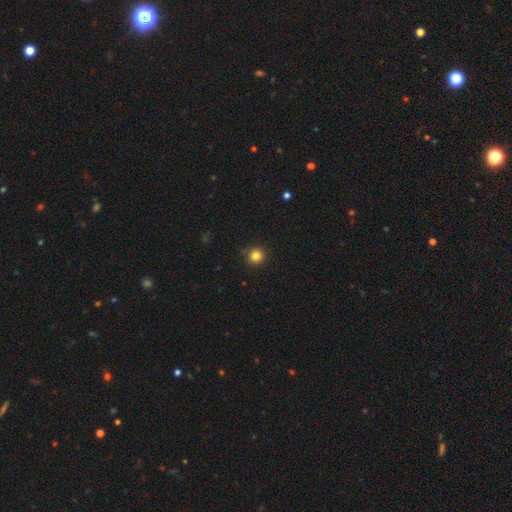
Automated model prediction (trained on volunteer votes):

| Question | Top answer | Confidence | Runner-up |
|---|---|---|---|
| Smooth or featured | smooth | 83% | star or artifact (12%) |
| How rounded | round | 94% | in between (5%) |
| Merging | none | 90% | minor disturbance (7%) |